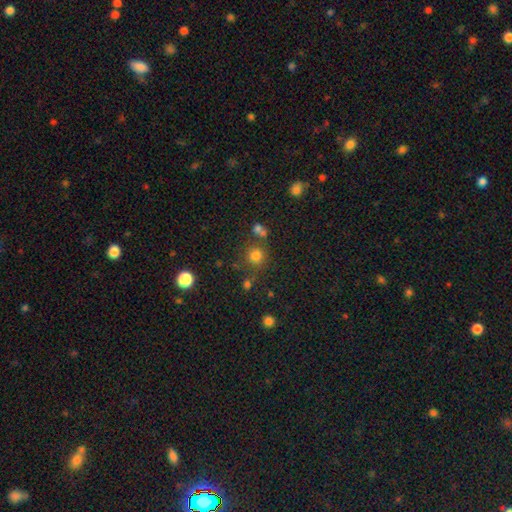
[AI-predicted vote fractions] smooth 76%, star or artifact 18%, featured or disk 7%. Down the decision tree: how rounded — round (91%); merging — none (73%).